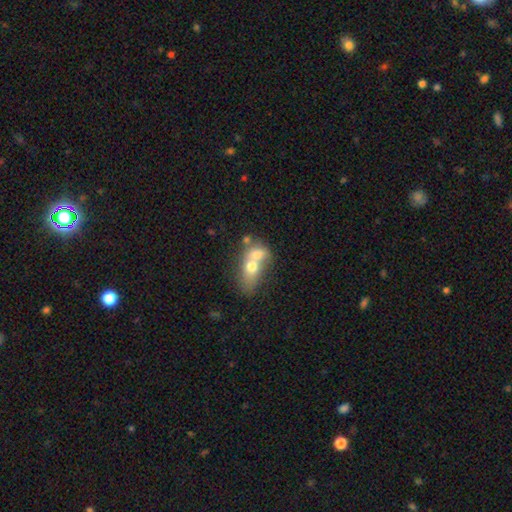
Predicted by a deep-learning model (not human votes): Morphology: type=smooth (55%); roundness=in between (65%); merging=merger (66%).